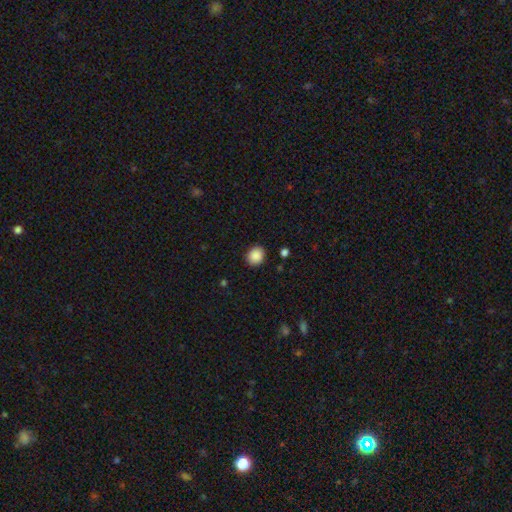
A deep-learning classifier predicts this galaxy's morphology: Smooth or featured? Predicted: smooth (p=0.88). How rounded? Predicted: round (p=0.74). Merging? Predicted: none (p=0.89).